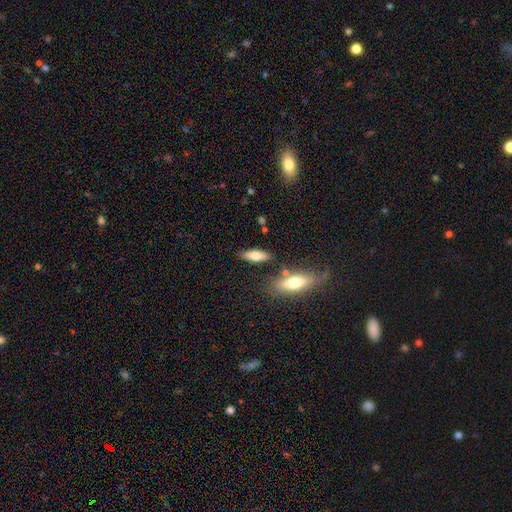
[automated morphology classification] Overall: smooth (74%). How rounded: in between (64%; cigar-shaped 33%). Merging: none (77%).